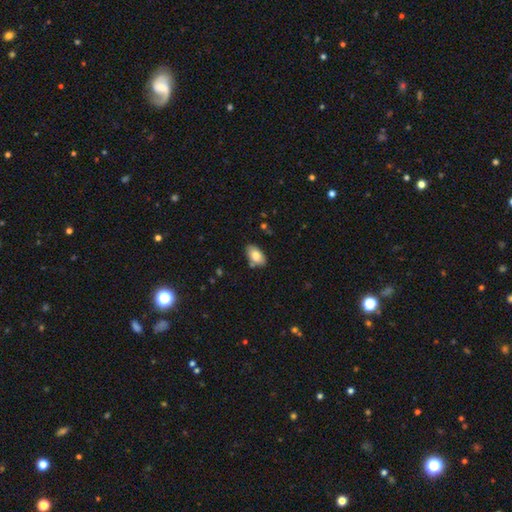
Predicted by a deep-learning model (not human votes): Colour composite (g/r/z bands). It shows a smooth galaxy with no disk features (80%) that is in between round and cigar-shaped (93%). Merging: none (78%).